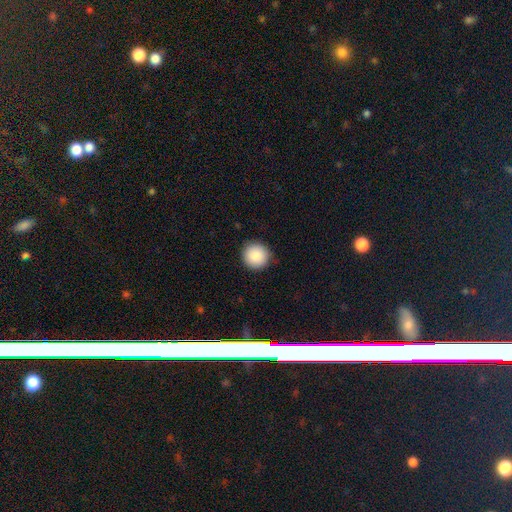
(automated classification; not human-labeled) Smooth or featured? Predicted: smooth (p=0.87). How rounded? Predicted: round (p=0.95). Merging? Predicted: none (p=0.89).